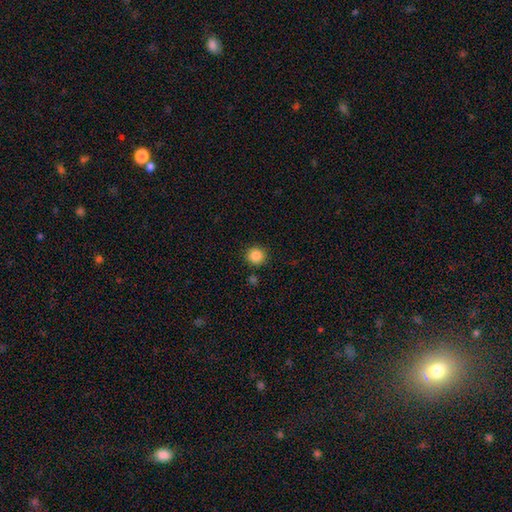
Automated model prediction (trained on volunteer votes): Smooth or featured?
  - smooth: 86% *
  - star or artifact: 10%
  - featured or disk: 4%
How rounded?
  - round: 93% *
  - in between: 6%
  - cigar-shaped: 1%
Merging?
  - none: 89% *
  - minor disturbance: 6%
  - merger: 3%
  - major disturbance: 2%